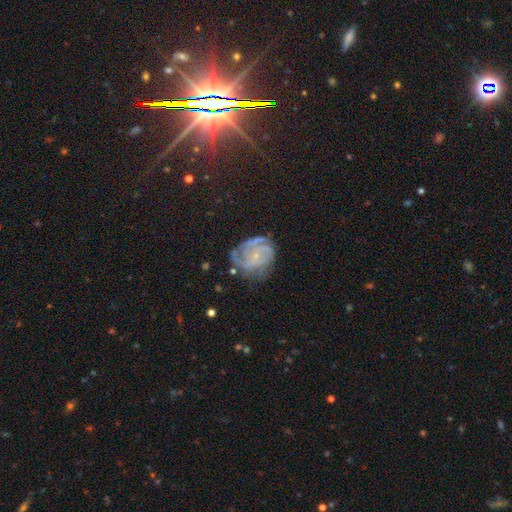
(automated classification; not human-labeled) The model was most divided on "spiral arm count": 3: 33%, can't tell: 23%, 2: 18%, 4: 11%, 1: 7%, more than 4: 7%. More confident: edge-on disk — no (98%); spiral arms — yes (94%); bulge size — small (81%); smooth or featured — featured or disk (78%); bar — no (72%); merging — none (61%); spiral winding — tight (51%).